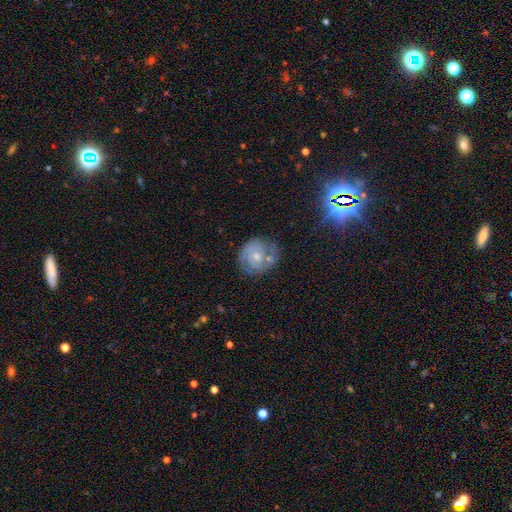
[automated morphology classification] Smooth or featured?
  - featured or disk: 66% *
  - smooth: 26%
  - star or artifact: 8%
Edge-on disk?
  - no: 98% *
  - yes: 2%
Bar?
  - no: 74% *
  - weak: 23%
  - strong: 4%
Spiral arms?
  - yes: 82% *
  - no: 18%
Spiral winding?
  - tight: 63% *
  - medium: 28%
  - loose: 9%
Spiral arm count?
  - 2: 43% *
  - can't tell: 33%
  - 3: 12%
  - 1: 6%
  - 4: 3%
  - more than 4: 3%
Bulge size?
  - moderate: 47% *
  - small: 46%
  - none: 3%
  - large: 3%
  - dominant: 1%
Merging?
  - none: 60% *
  - minor disturbance: 21%
  - merger: 10%
  - major disturbance: 8%